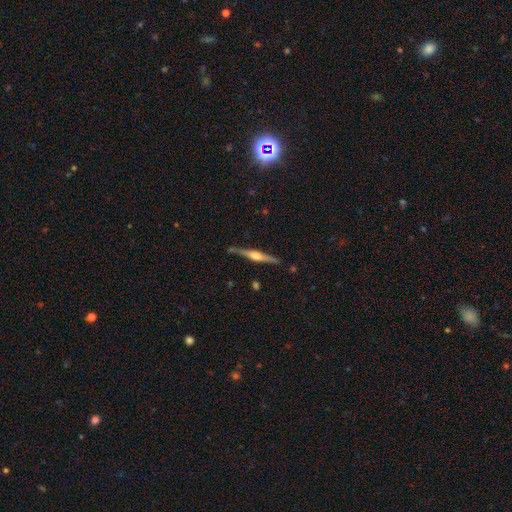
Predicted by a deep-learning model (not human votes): Smooth or featured? Predicted: featured or disk (p=0.80). Edge-on disk? Predicted: yes (p=0.98). Edge-on bulge? Predicted: rounded (p=0.85). Merging? Predicted: none (p=0.87).